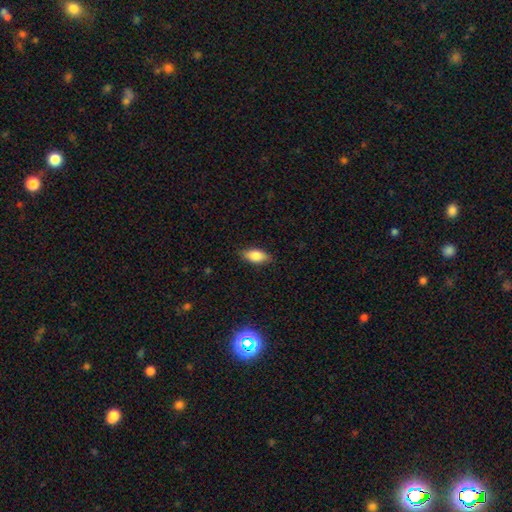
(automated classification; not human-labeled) A smooth galaxy with no disk features (82%) that is in between round and cigar-shaped (87%). Merging: none (84%).